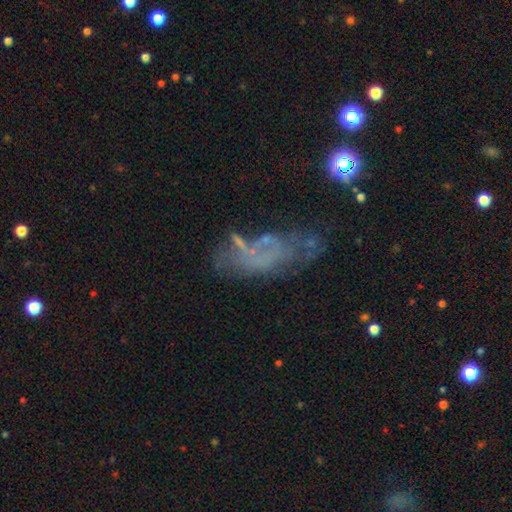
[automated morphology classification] type=featured or disk (53%); edge-on=no (93%); merging=none (38%).